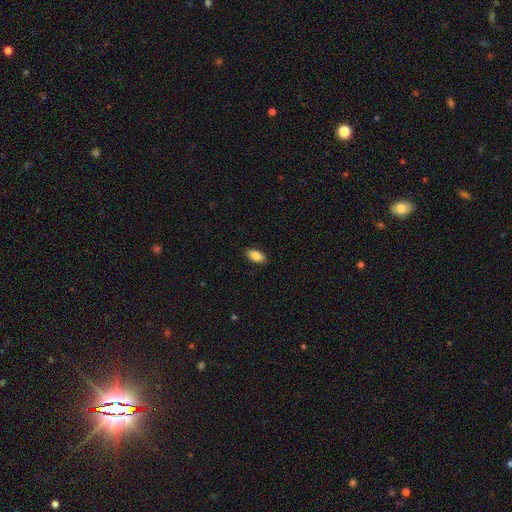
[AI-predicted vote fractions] Overall: smooth (88%). How rounded: in between (92%). Merging: none (89%).